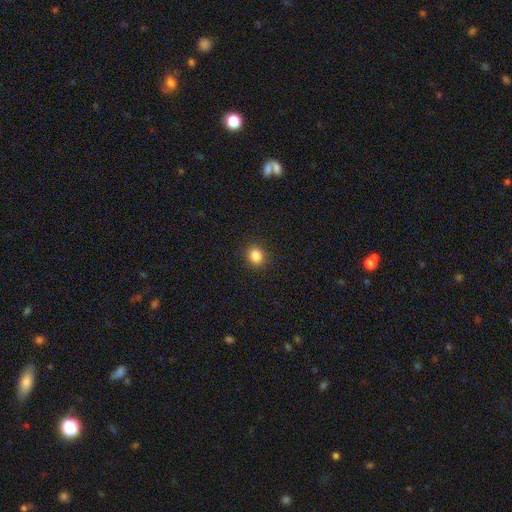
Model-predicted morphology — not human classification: This is clearly a smooth galaxy (85%). How rounded: clearly round (86%). Merging: clearly none (91%).